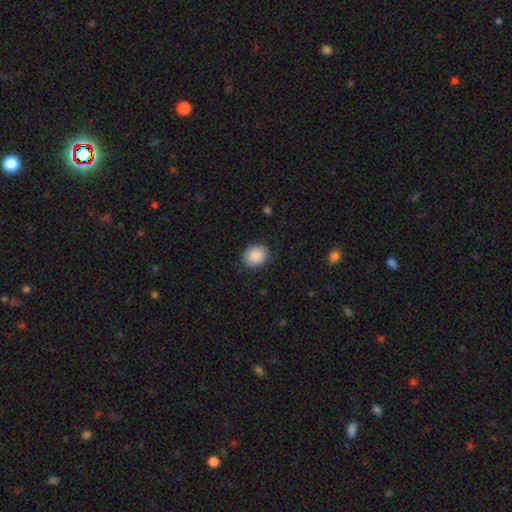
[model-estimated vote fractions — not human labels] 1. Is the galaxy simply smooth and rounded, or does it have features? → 89% smooth, 7% star or artifact, 4% featured or disk.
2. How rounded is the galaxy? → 65% round, 34% in between, 1% cigar-shaped.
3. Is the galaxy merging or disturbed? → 86% none, 11% minor disturbance, 3% major disturbance, 1% merger.